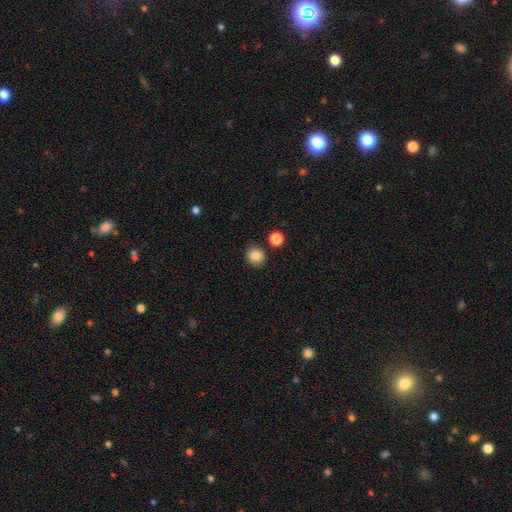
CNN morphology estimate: Q: Smooth or featured?
A: smooth (86%); runner-up: star or artifact (10%)
Q: How rounded?
A: round (86%); runner-up: in between (14%)
Q: Merging?
A: none (85%); runner-up: minor disturbance (8%)